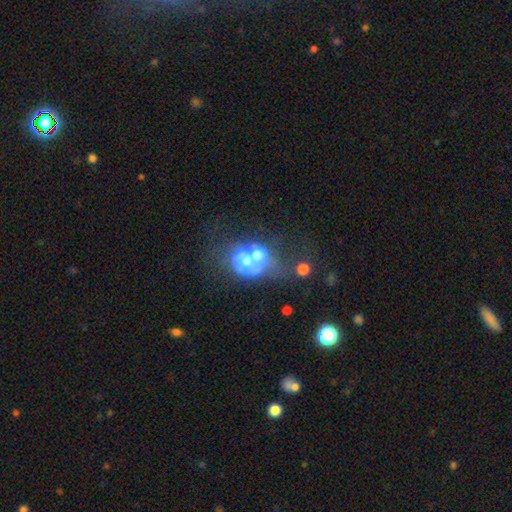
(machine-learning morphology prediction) Q: Smooth or featured?
A: smooth (51%); runner-up: featured or disk (38%)
Q: How rounded?
A: round (55%); runner-up: in between (44%)
Q: Merging?
A: merger (72%); runner-up: none (12%)